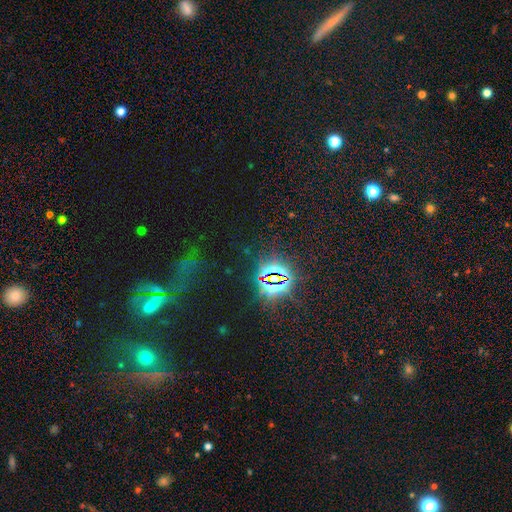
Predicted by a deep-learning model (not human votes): smooth_or_featured: star or artifact (p=0.71) [alt: smooth p=0.17]